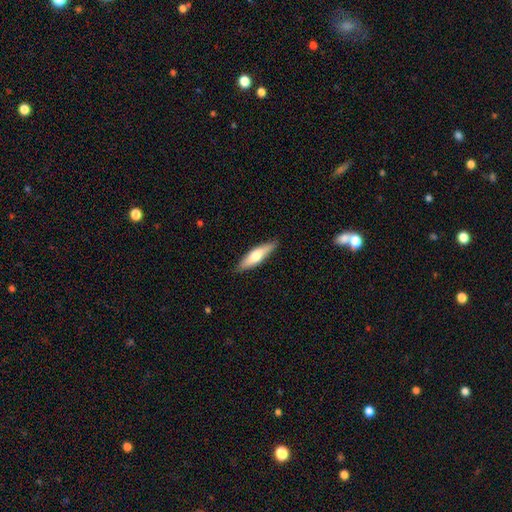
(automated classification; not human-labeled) Overall: smooth (62%; featured or disk 34%). How rounded: cigar-shaped (69%; in between 29%). Merging: none (87%).